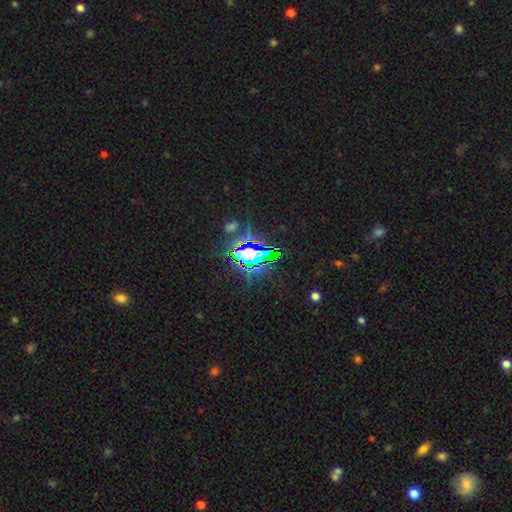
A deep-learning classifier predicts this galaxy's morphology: Smooth or featured: star or artifact — 76% (smooth — 14%)